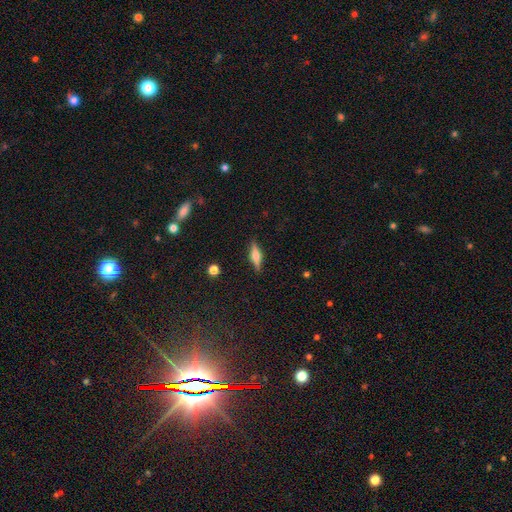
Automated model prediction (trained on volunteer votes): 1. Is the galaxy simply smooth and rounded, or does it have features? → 52% featured or disk, 41% smooth, 8% star or artifact.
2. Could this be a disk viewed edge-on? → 94% yes, 6% no.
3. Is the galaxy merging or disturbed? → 88% none, 9% minor disturbance, 2% major disturbance, 1% merger.